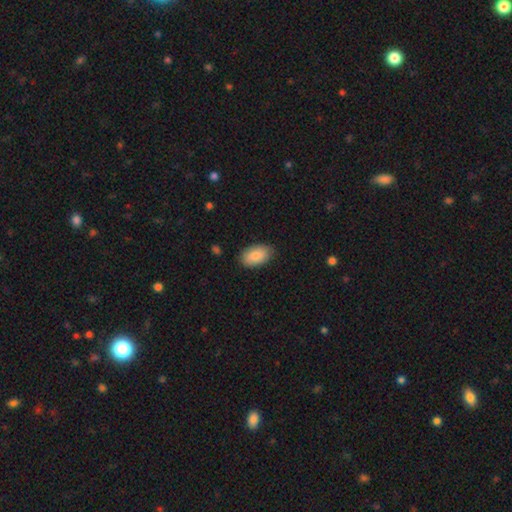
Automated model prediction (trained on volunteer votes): This is clearly a smooth galaxy (87%). How rounded: clearly in between (94%). Merging: clearly none (85%).